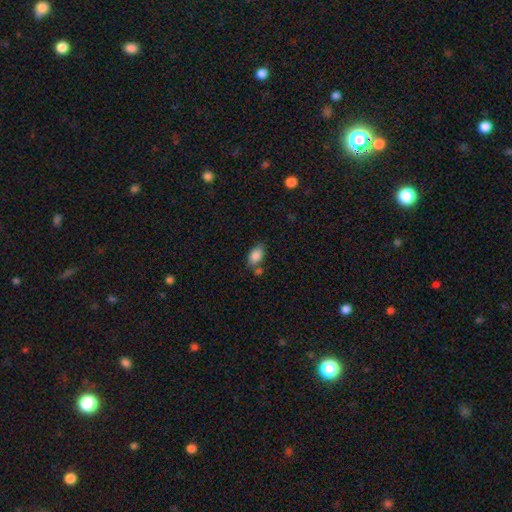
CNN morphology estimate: Smooth or featured? Predicted: smooth (p=0.86). How rounded? Predicted: in between (p=0.91). Merging? Predicted: none (p=0.61).